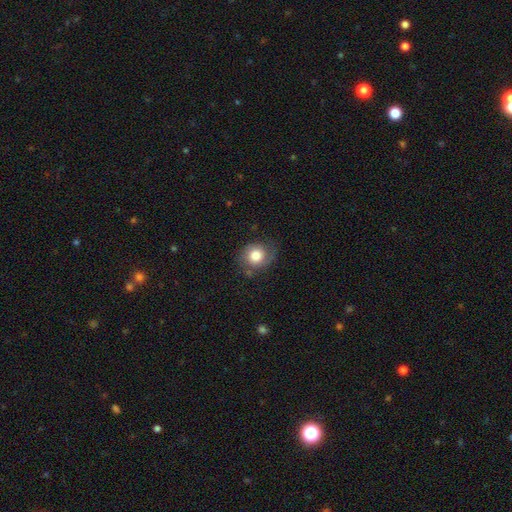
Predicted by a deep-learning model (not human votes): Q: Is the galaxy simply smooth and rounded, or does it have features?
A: smooth — 70%.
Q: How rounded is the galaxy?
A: round — 71%.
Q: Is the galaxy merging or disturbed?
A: none — 64%.